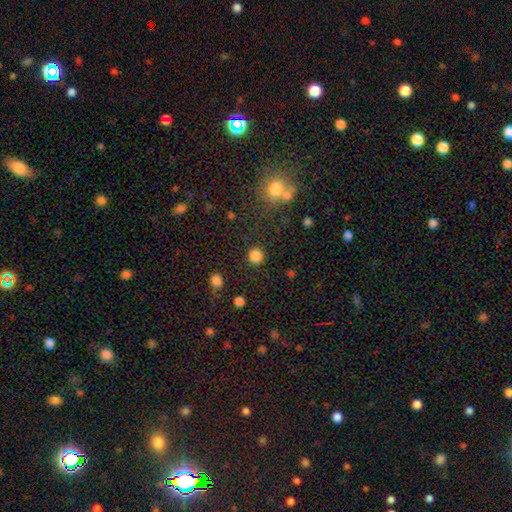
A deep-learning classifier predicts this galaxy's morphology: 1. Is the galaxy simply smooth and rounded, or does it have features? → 85% smooth, 12% star or artifact, 3% featured or disk.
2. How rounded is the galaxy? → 92% round, 7% in between, 1% cigar-shaped.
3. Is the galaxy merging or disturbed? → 88% none, 6% minor disturbance, 3% major disturbance, 2% merger.